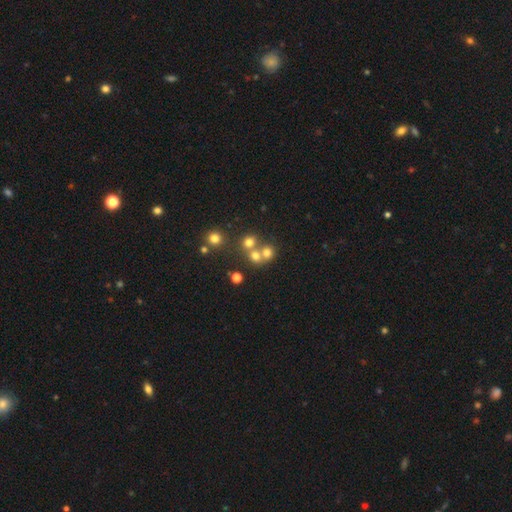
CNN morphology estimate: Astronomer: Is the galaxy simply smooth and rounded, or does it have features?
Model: smooth — 66%.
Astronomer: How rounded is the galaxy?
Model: round — 82%.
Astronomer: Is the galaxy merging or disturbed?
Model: none — 45%, tied with merger at 45%.